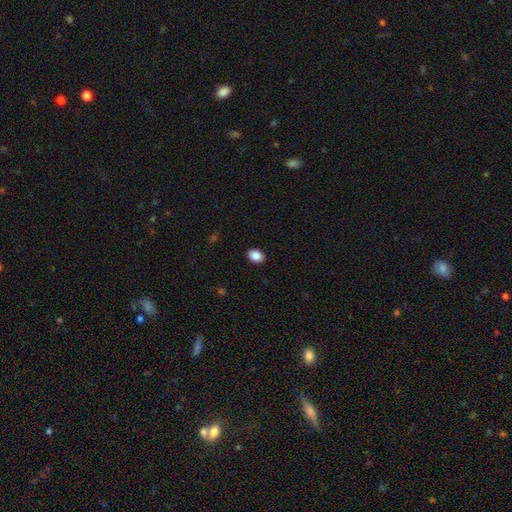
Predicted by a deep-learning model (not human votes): Smooth or featured?
  - smooth: 89% *
  - star or artifact: 8%
  - featured or disk: 3%
How rounded?
  - in between: 76% *
  - round: 23%
  - cigar-shaped: 1%
Merging?
  - none: 90% *
  - minor disturbance: 7%
  - major disturbance: 2%
  - merger: 1%